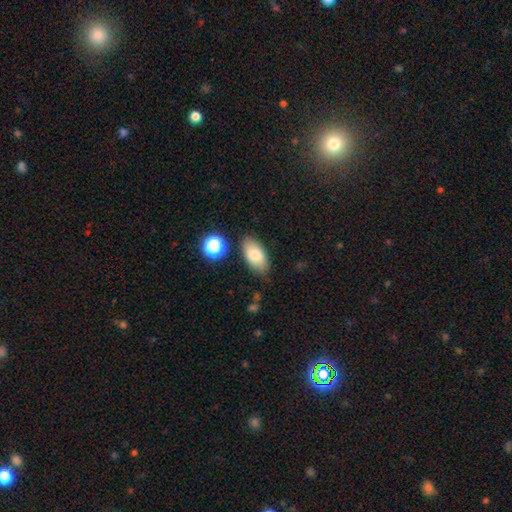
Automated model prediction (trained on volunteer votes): This is likely a smooth galaxy (79%). How rounded: clearly in between (92%). Merging: clearly none (83%).